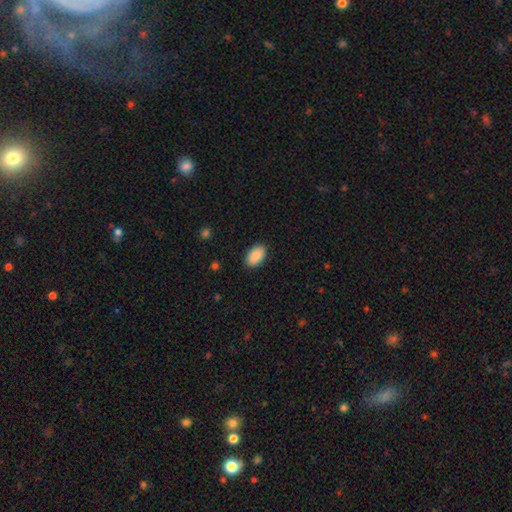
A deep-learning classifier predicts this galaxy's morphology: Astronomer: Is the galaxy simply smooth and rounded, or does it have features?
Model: smooth — 90%.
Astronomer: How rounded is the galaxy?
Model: in between — 94%.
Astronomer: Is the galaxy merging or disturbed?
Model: none — 89%.